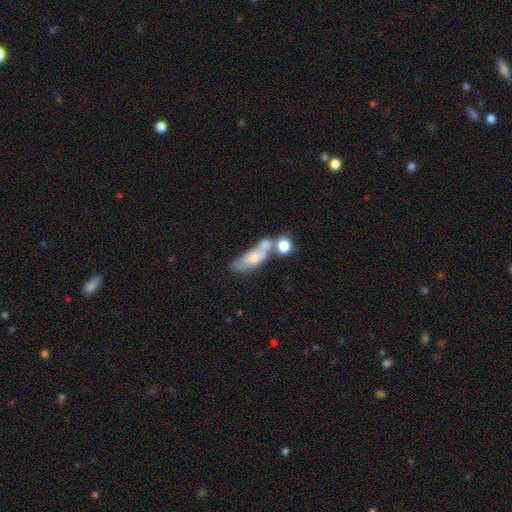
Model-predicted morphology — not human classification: Smooth or featured? smooth (52%)
How rounded? in between (58%)
Merging? merger (47%)